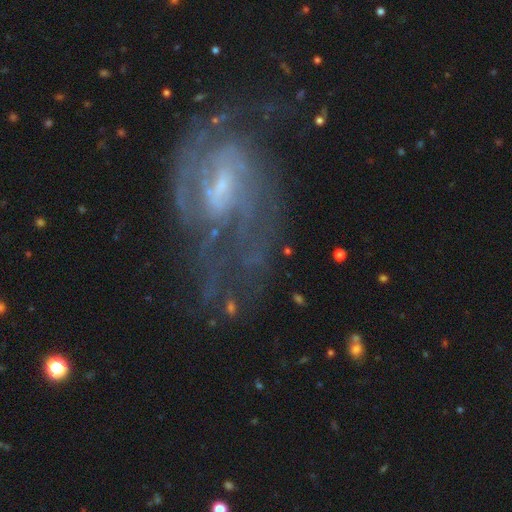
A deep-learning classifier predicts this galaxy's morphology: Smooth or featured?
  - featured or disk: 84% *
  - star or artifact: 9%
  - smooth: 7%
Edge-on disk?
  - no: 96% *
  - yes: 4%
Bar?
  - weak: 53% *
  - no: 27%
  - strong: 21%
Spiral arms?
  - yes: 90% *
  - no: 10%
Spiral winding?
  - medium: 44% *
  - tight: 38%
  - loose: 18%
Spiral arm count?
  - 2: 42% *
  - can't tell: 31%
  - 3: 11%
  - 1: 6%
  - 4: 6%
  - more than 4: 5%
Bulge size?
  - small: 59% *
  - moderate: 25%
  - none: 12%
  - large: 3%
  - dominant: 1%
Merging?
  - none: 57% *
  - major disturbance: 21%
  - minor disturbance: 19%
  - merger: 3%